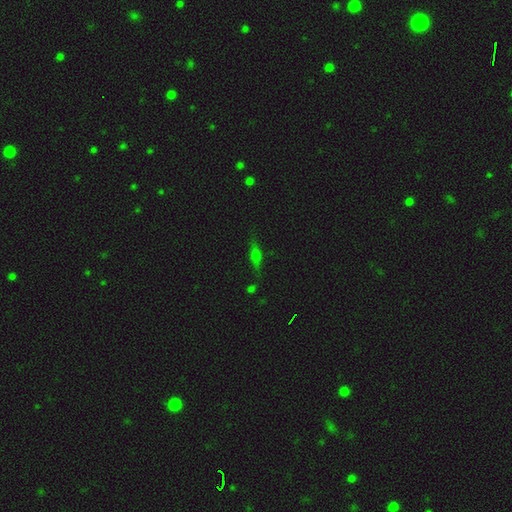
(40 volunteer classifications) smooth 48%, featured or disk 45%, star or artifact 8%. Down the decision tree: how rounded — cigar-shaped (84%); merging — none (68%).